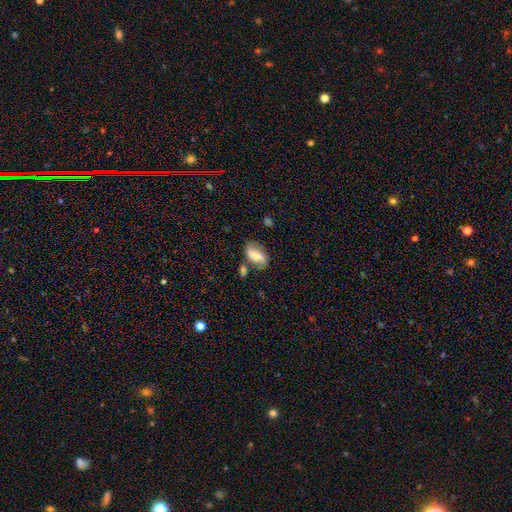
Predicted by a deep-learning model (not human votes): A featured or disk galaxy (51%).

Vote fractions:
- Smooth or featured? featured or disk: 51% / smooth: 41% / star or artifact: 8%
- Edge-on disk? no: 94% / yes: 6%
- Merging? none: 64% / minor disturbance: 18% / merger: 11% / major disturbance: 6%